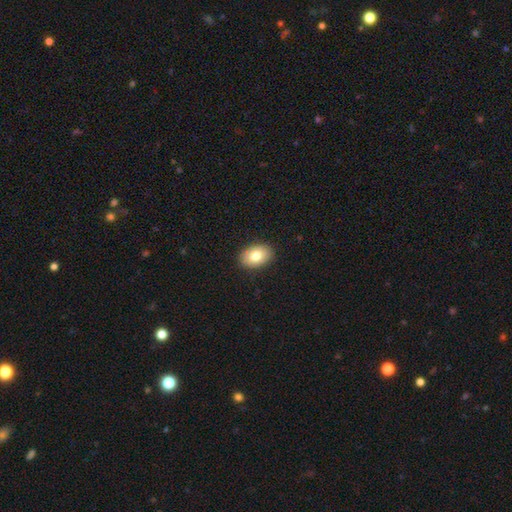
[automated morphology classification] smooth 80%, featured or disk 13%, star or artifact 7%. Down the decision tree: how rounded — in between (83%); merging — none (89%).